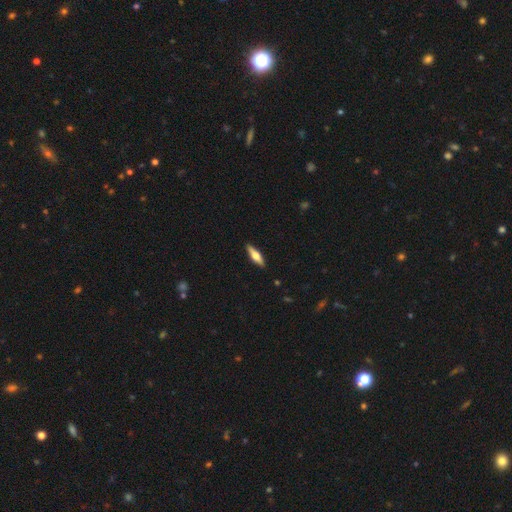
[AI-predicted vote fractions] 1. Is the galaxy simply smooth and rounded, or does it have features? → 48% smooth, 46% featured or disk, 6% star or artifact.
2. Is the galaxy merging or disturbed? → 89% none, 8% minor disturbance, 2% major disturbance, 1% merger.